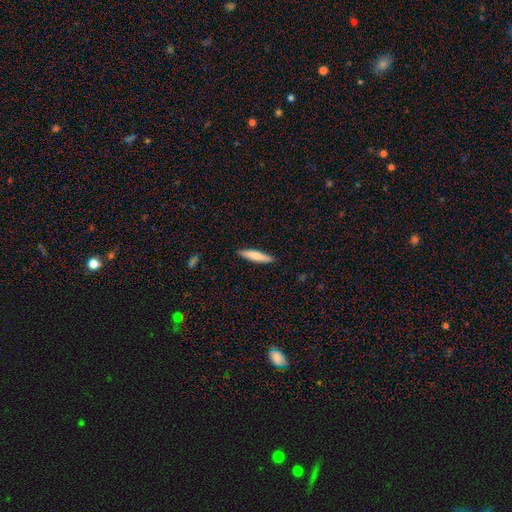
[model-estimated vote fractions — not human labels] smooth_or_featured: smooth (p=0.75) [alt: featured or disk p=0.19]
how_rounded: cigar-shaped (p=0.87) [alt: in between p=0.11]
merging: none (p=0.90) [alt: minor disturbance p=0.07]